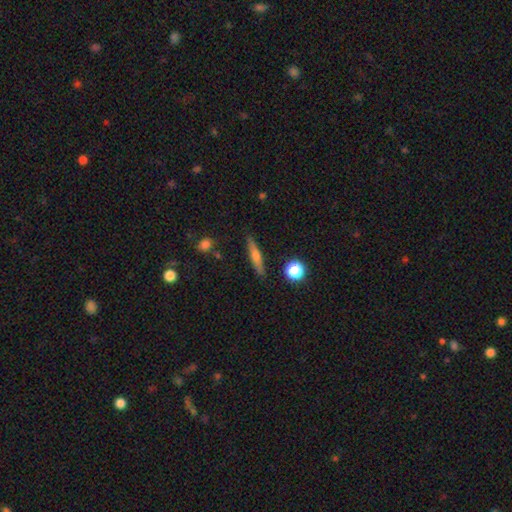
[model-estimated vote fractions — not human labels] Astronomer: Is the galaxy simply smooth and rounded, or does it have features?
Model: smooth — 47% (runner-up: featured or disk, 45%).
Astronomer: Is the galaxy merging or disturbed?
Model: none — 87%.